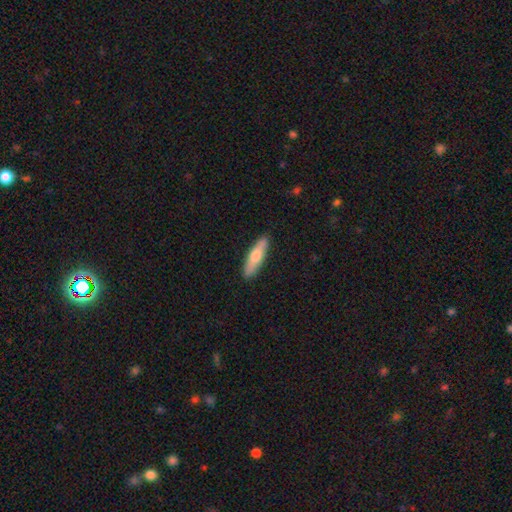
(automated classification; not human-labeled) smooth_or_featured: smooth (p=0.62) [alt: featured or disk p=0.33]
how_rounded: cigar-shaped (p=0.76) [alt: in between p=0.22]
merging: none (p=0.90) [alt: minor disturbance p=0.08]